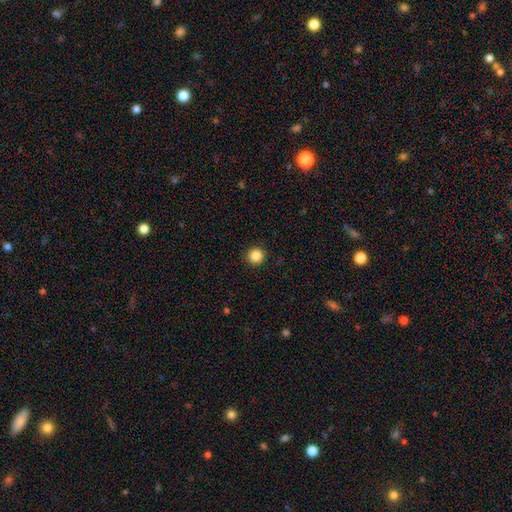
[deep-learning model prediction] This is clearly a smooth galaxy (86%). How rounded: clearly round (95%). Merging: clearly none (93%).